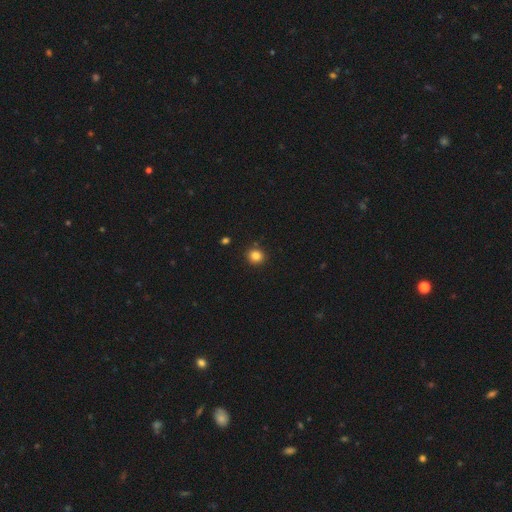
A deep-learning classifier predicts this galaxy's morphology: This appears to be a smooth galaxy with no disk features (84%) that is round (90%). Merging: none (90%).